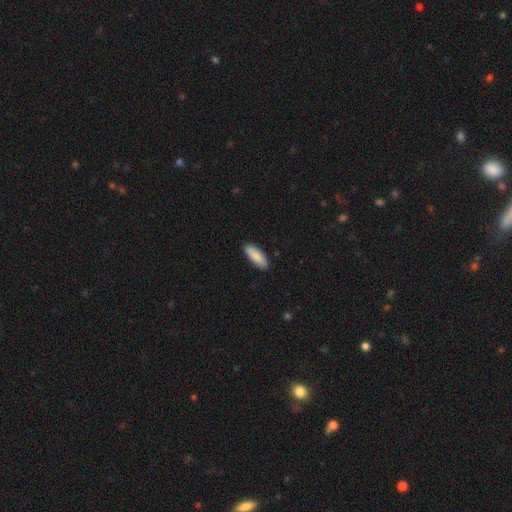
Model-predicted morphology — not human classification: The model was most divided on "how rounded": in between: 72%, cigar-shaped: 26%, round: 2%. More confident: merging — none (89%); smooth or featured — smooth (88%).